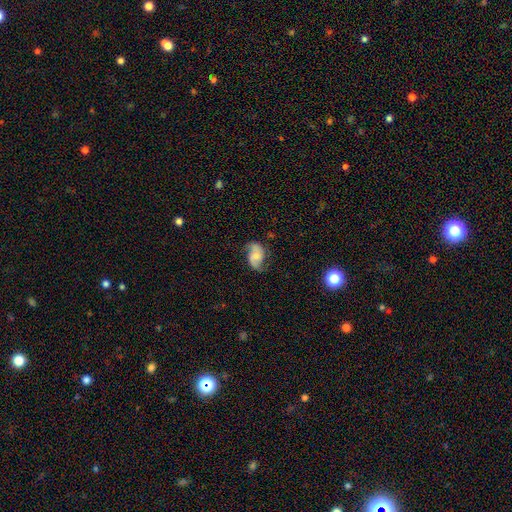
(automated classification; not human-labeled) A featured or disk galaxy (67%) with no bar (61%), 2 (88%) loose (51%) spiral arms (92%) and a small central bulge (45%).

Vote fractions:
- Smooth or featured? featured or disk: 67% / smooth: 26% / star or artifact: 8%
- Edge-on disk? no: 97% / yes: 3%
- Bar? no: 61% / weak: 31% / strong: 8%
- Spiral arms? yes: 92% / no: 8%
- Spiral winding? loose: 51% / medium: 35% / tight: 14%
- Spiral arm count? 2: 88% / can't tell: 5% / 1: 3% / 3: 1% / 4: 1% / more than 4: 1%
- Bulge size? small: 45% / moderate: 42% / none: 7% / large: 4% / dominant: 1%
- Merging? none: 65% / minor disturbance: 24% / major disturbance: 10% / merger: 2%